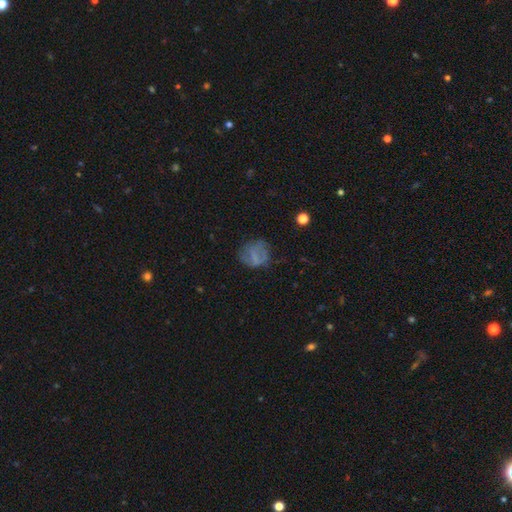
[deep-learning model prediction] Smooth or featured? Predicted: smooth (p=0.52). How rounded? Predicted: round (p=0.72). Merging? Predicted: none (p=0.60).